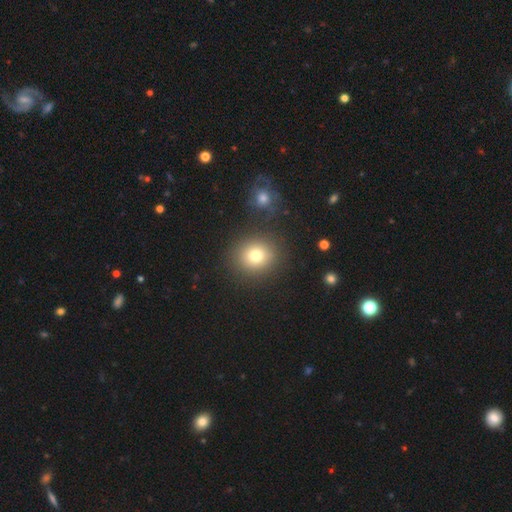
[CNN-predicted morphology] smooth-or-featured: smooth: 79% | star or artifact: 13% | featured or disk: 9%
  how-rounded: round: 84% | in between: 15% | cigar-shaped: 1%
  merging: none: 83% | minor disturbance: 8% | merger: 6% | major disturbance: 3%